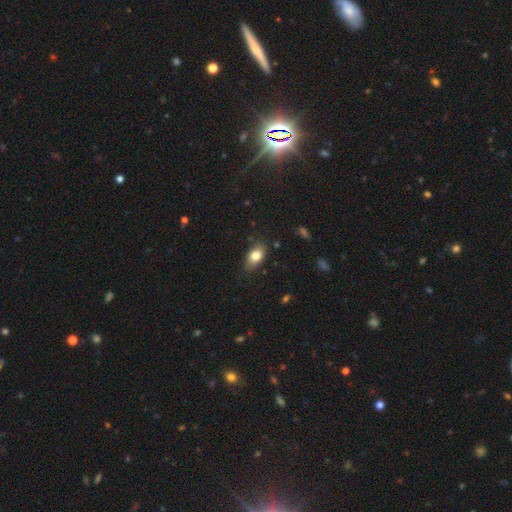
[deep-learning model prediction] smooth_or_featured: smooth (p=0.79) [alt: featured or disk p=0.12]
how_rounded: in between (p=0.85) [alt: round p=0.11]
merging: none (p=0.72) [alt: minor disturbance p=0.22]